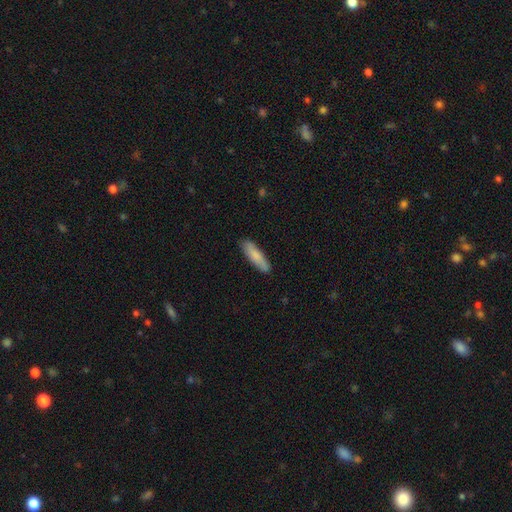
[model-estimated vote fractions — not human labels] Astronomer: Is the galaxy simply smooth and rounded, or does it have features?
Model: smooth — 80%.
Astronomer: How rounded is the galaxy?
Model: cigar-shaped — 73%.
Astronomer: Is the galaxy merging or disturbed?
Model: none — 86%.